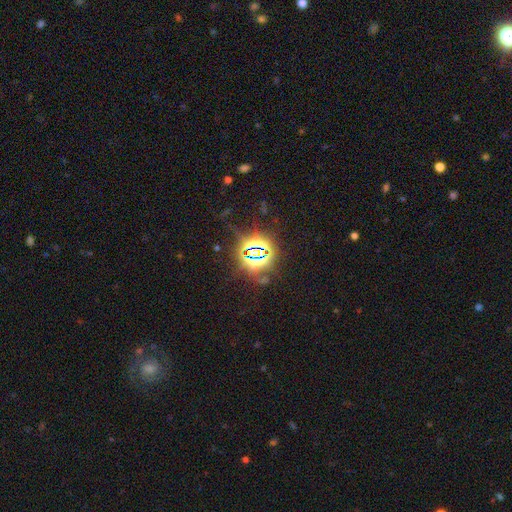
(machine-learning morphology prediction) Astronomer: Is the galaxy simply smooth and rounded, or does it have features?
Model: star or artifact — 81%.